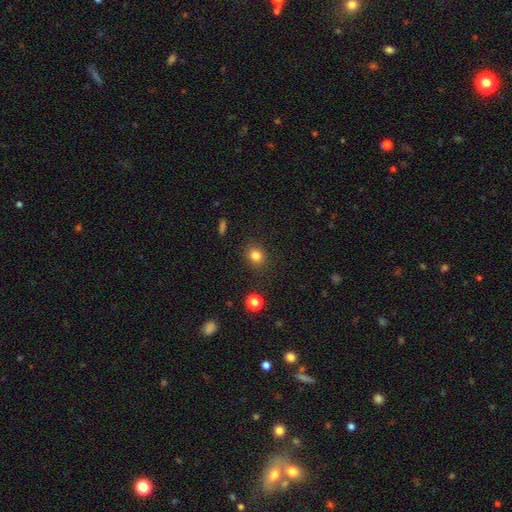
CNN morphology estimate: smooth_or_featured: smooth (p=0.82) [alt: star or artifact p=0.12]
how_rounded: round (p=0.74) [alt: in between p=0.25]
merging: none (p=0.88) [alt: minor disturbance p=0.08]